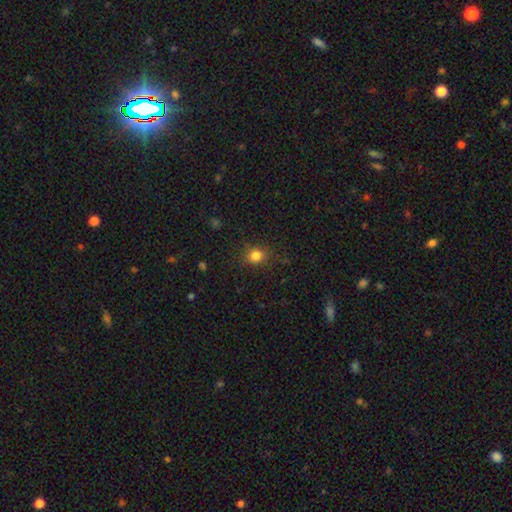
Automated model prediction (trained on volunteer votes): This is clearly a smooth galaxy (83%). How rounded: likely round (71%). Merging: clearly none (85%).